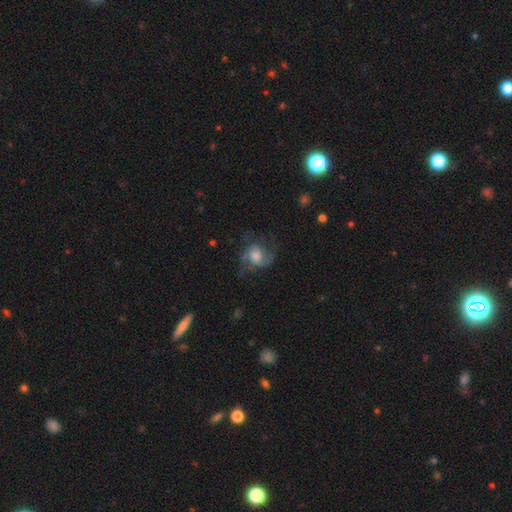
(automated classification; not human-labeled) Smooth or featured? Predicted: featured or disk (p=0.59). Edge-on disk? Predicted: no (p=0.97). Bar? Predicted: no (p=0.71). Spiral arms? Predicted: yes (p=0.86). Bulge size? Predicted: moderate (p=0.40). Merging? Predicted: none (p=0.54).